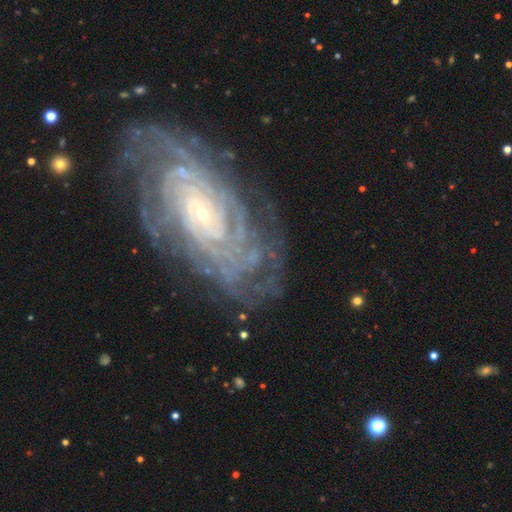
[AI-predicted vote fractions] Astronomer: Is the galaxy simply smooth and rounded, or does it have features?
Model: featured or disk — 89%.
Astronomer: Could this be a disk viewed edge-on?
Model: no — 96%.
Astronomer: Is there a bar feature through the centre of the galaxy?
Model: no — 67%.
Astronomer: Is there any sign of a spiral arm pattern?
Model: yes — 98%.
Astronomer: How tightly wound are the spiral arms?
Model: tight — 81%.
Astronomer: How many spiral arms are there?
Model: can't tell — 26%, tied with more than 4 at 26%.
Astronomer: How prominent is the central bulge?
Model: small — 83%.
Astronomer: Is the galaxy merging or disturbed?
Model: none — 74%.